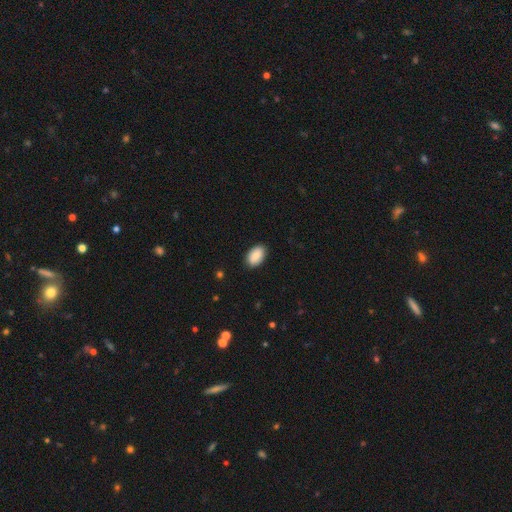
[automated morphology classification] A smooth galaxy with no disk features (88%) that is in between round and cigar-shaped (93%). Merging: none (88%).